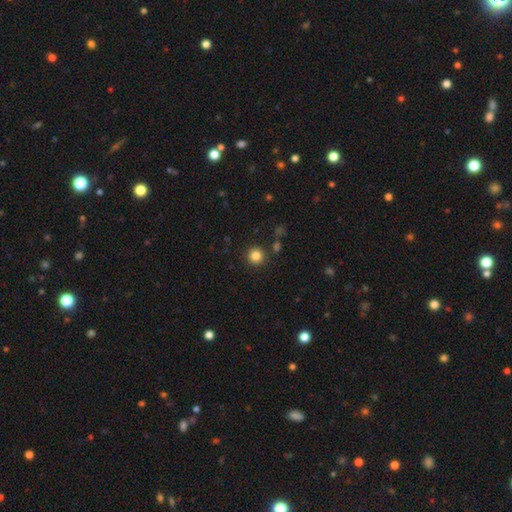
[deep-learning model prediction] Smooth or featured?
  - smooth: 83% *
  - star or artifact: 12%
  - featured or disk: 5%
How rounded?
  - round: 95% *
  - in between: 4%
  - cigar-shaped: 1%
Merging?
  - none: 89% *
  - minor disturbance: 6%
  - merger: 3%
  - major disturbance: 2%